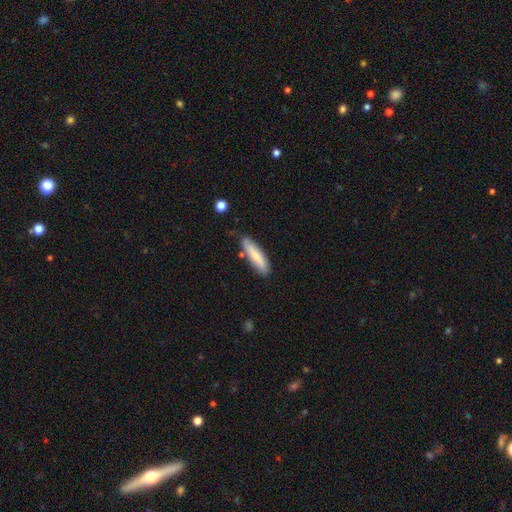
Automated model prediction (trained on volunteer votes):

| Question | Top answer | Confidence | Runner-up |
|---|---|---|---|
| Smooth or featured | smooth | 73% | featured or disk (22%) |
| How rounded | cigar-shaped | 70% | in between (28%) |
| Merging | none | 78% | minor disturbance (16%) |